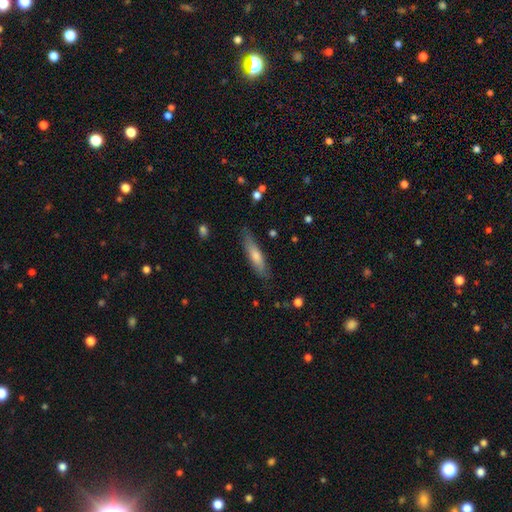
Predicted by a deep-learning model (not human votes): smooth_or_featured: smooth (p=0.60) [alt: featured or disk p=0.33]
how_rounded: cigar-shaped (p=0.81) [alt: in between p=0.17]
merging: none (p=0.81) [alt: minor disturbance p=0.14]